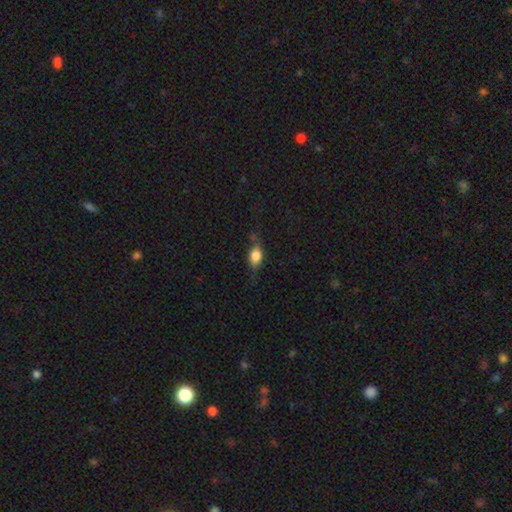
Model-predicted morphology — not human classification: Smooth or featured: smooth — 70% (featured or disk — 21%)
How rounded: in between — 76% (round — 17%)
Merging: none — 62% (minor disturbance — 26%)